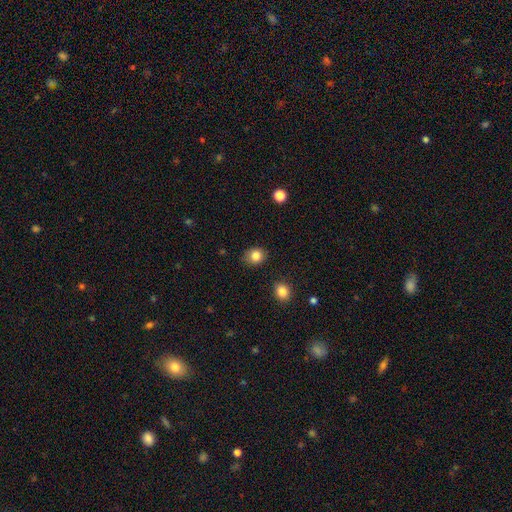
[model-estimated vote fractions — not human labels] A smooth galaxy with no disk features (84%) that is round (66%). Merging: none (84%).